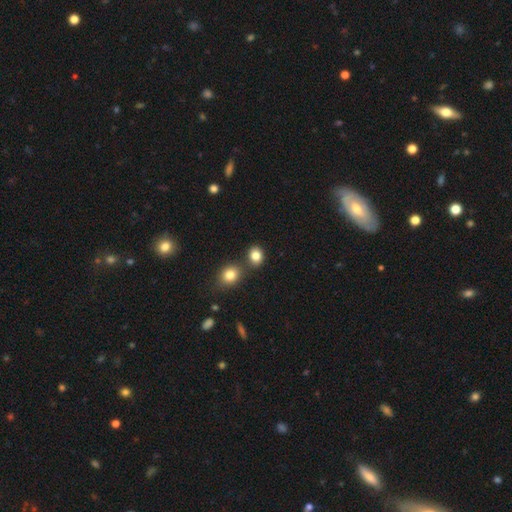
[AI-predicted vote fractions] The model was most divided on "how rounded": round: 59%, in between: 40%, cigar-shaped: 1%. More confident: smooth or featured — smooth (83%); merging — none (67%).